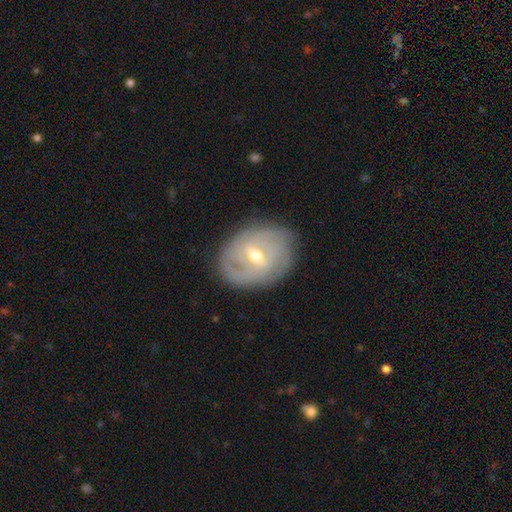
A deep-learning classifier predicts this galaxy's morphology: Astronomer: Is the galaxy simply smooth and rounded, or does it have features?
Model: featured or disk — 76%.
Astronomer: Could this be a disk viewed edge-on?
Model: no — 95%.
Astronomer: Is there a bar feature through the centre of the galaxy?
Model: weak — 56%.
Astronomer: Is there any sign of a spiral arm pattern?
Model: yes — 83%.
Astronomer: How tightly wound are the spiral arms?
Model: tight — 65%.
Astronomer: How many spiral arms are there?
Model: can't tell — 39% (runner-up: 2, 33%).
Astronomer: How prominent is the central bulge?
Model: moderate — 67%.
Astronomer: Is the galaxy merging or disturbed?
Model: none — 78%.